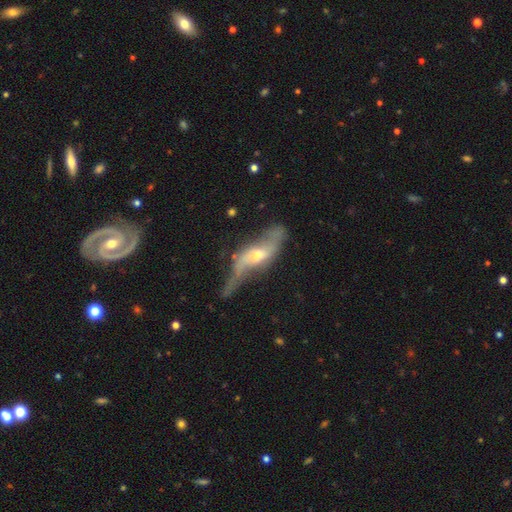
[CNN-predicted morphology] Smooth or featured? featured or disk (75%)
Edge-on disk? no (70%)
Bar? no (47%)
Spiral arms? yes (78%)
Bulge size? moderate (60%)
Merging? none (38%)